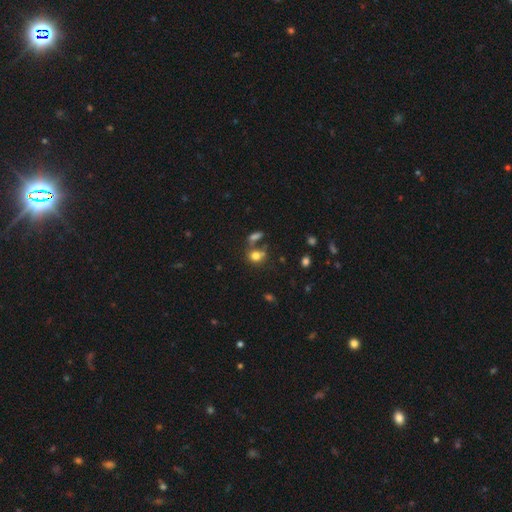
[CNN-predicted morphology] smooth-or-featured: smooth: 76% | star or artifact: 14% | featured or disk: 10%
  how-rounded: round: 65% | in between: 33% | cigar-shaped: 2%
  merging: none: 51% | merger: 29% | minor disturbance: 13% | major disturbance: 7%